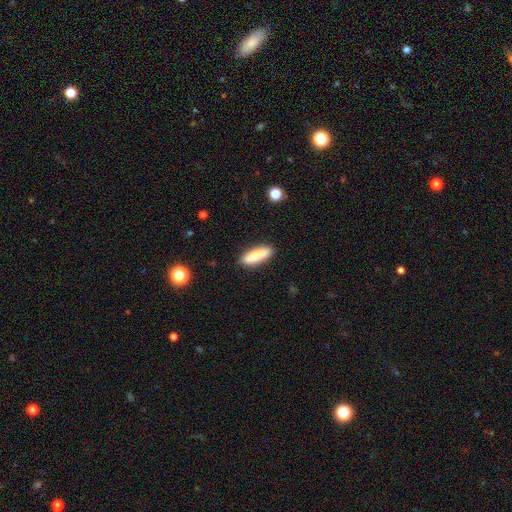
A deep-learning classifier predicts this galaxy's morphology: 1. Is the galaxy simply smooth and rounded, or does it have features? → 82% smooth, 12% featured or disk, 6% star or artifact.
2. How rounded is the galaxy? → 53% cigar-shaped, 45% in between, 2% round.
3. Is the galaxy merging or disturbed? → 87% none, 9% minor disturbance, 2% major disturbance, 1% merger.